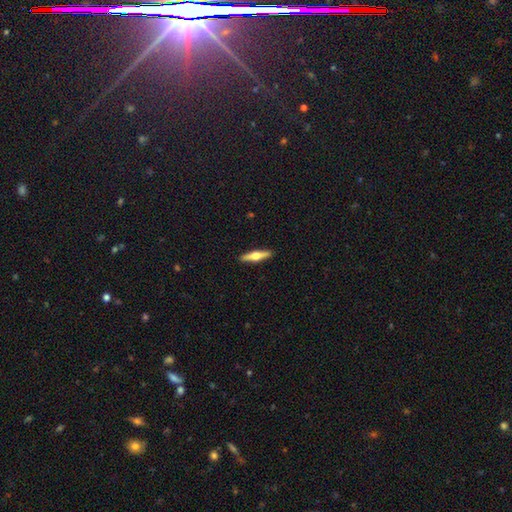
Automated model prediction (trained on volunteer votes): Q: Smooth or featured?
A: featured or disk (60%); runner-up: smooth (34%)
Q: Edge-on disk?
A: yes (96%); runner-up: no (4%)
Q: Edge-on bulge?
A: rounded (95%); runner-up: boxy (3%)
Q: Merging?
A: none (92%); runner-up: minor disturbance (6%)